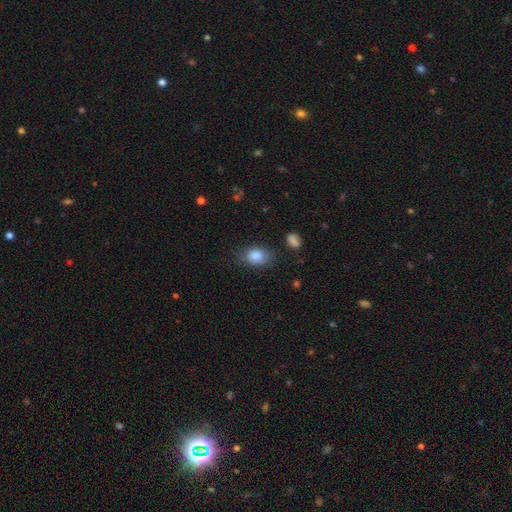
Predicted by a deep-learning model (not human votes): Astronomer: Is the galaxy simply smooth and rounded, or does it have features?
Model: smooth — 86%.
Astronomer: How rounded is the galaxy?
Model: in between — 76%.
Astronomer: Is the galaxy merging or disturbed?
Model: none — 72%.